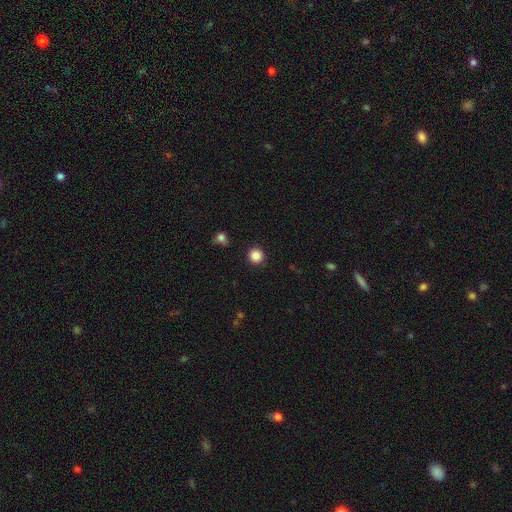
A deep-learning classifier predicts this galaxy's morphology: smooth_or_featured: smooth (p=0.86) [alt: star or artifact p=0.11]
how_rounded: round (p=0.94) [alt: in between p=0.05]
merging: none (p=0.90) [alt: minor disturbance p=0.06]